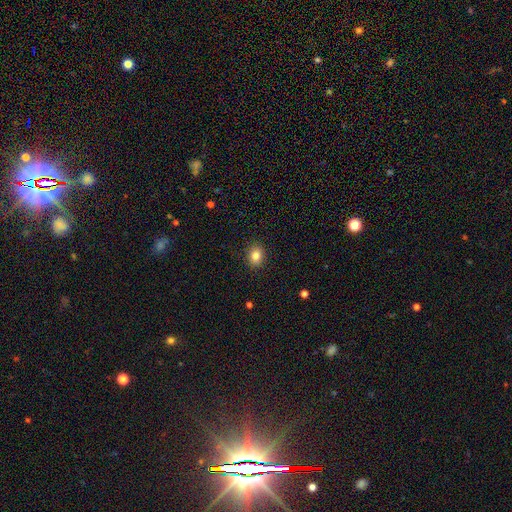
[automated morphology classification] A smooth galaxy with no disk features (83%) that is in between round and cigar-shaped (50%).

Vote fractions:
- Smooth or featured? smooth: 83% / star or artifact: 10% / featured or disk: 7%
- How rounded? in between: 50% / round: 49% / cigar-shaped: 1%
- Merging? none: 90% / minor disturbance: 7% / major disturbance: 2% / merger: 1%